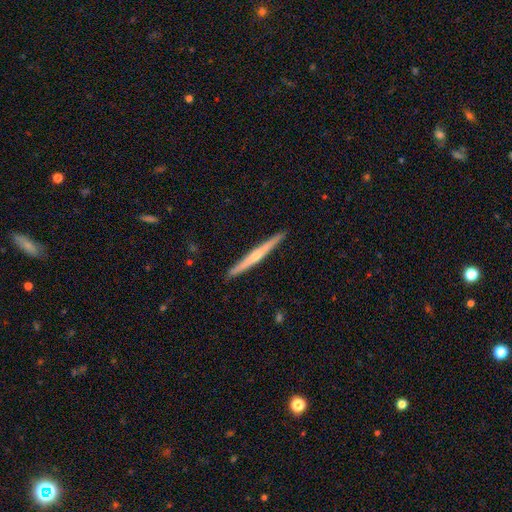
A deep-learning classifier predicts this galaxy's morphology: type=featured or disk (64%); edge-on=yes (98%); edge-on bulge=rounded (64%); merging=none (92%).